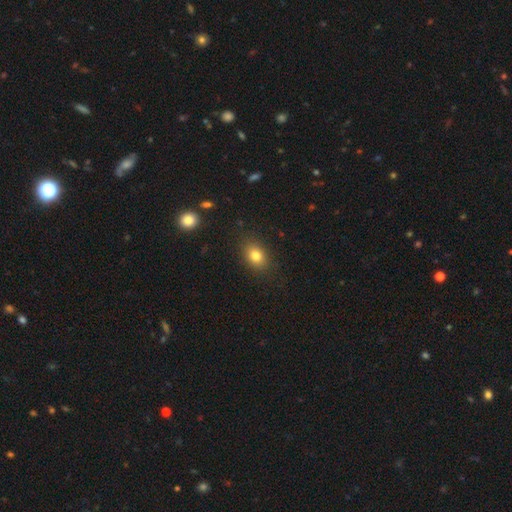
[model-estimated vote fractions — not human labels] The model was most divided on "how rounded": in between: 67%, round: 31%, cigar-shaped: 1%. More confident: merging — none (86%); smooth or featured — smooth (81%).